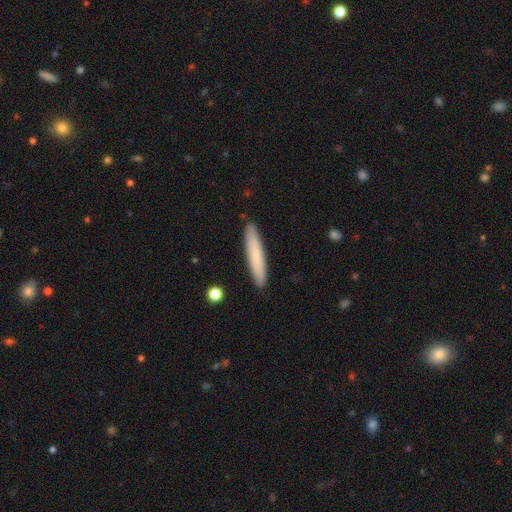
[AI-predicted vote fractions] Morphology: type=smooth (78%); roundness=cigar-shaped (92%); merging=none (91%).